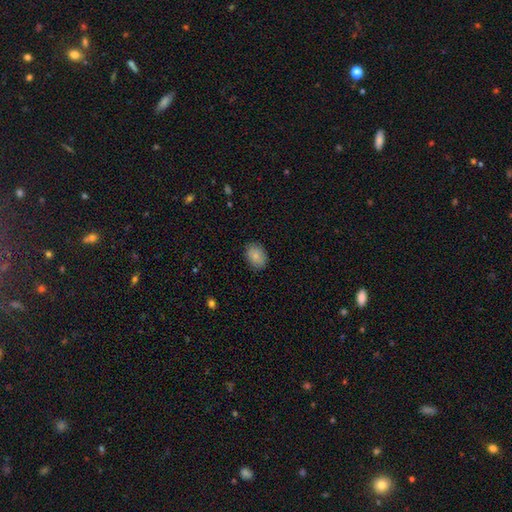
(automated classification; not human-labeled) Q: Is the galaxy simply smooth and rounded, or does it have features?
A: smooth — 85%.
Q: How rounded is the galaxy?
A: in between — 70%.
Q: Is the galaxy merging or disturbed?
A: none — 84%.